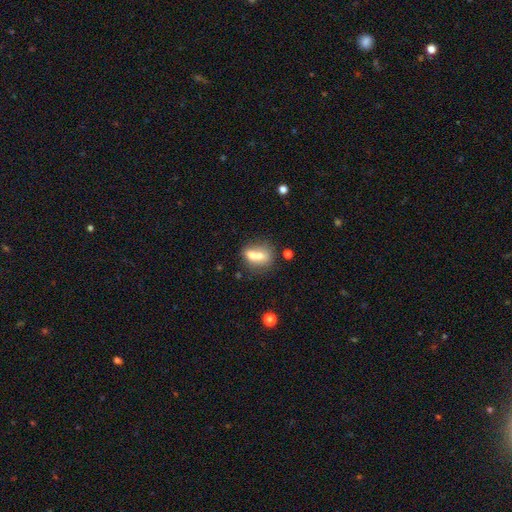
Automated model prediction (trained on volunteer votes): smooth-or-featured: smooth: 65% | featured or disk: 26% | star or artifact: 10%
  how-rounded: in between: 59% | round: 35% | cigar-shaped: 6%
  merging: merger: 60% | none: 26% | minor disturbance: 9% | major disturbance: 5%